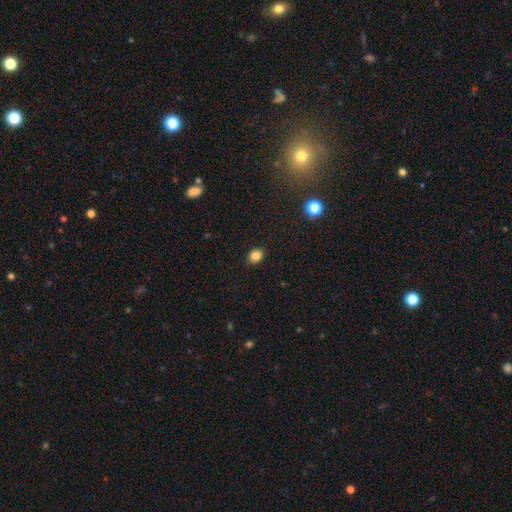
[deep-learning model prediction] Smooth or featured?
  - smooth: 84% *
  - star or artifact: 11%
  - featured or disk: 6%
How rounded?
  - in between: 59% *
  - round: 40%
  - cigar-shaped: 1%
Merging?
  - none: 89% *
  - minor disturbance: 8%
  - major disturbance: 2%
  - merger: 1%